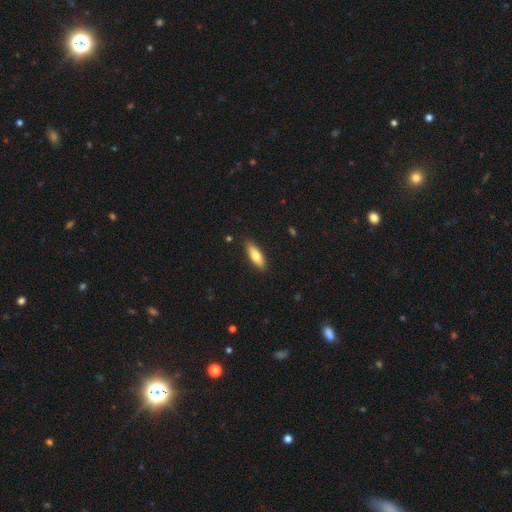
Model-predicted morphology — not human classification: Smooth or featured? Predicted: smooth (p=0.72). How rounded? Predicted: in between (p=0.51). Merging? Predicted: none (p=0.88).